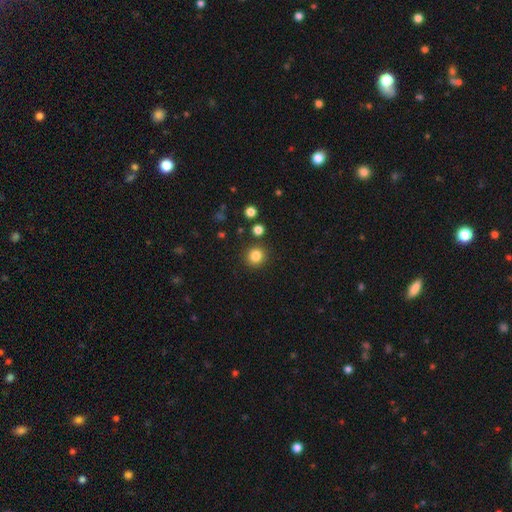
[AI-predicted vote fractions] Overall: smooth (84%). How rounded: round (91%). Merging: none (88%).